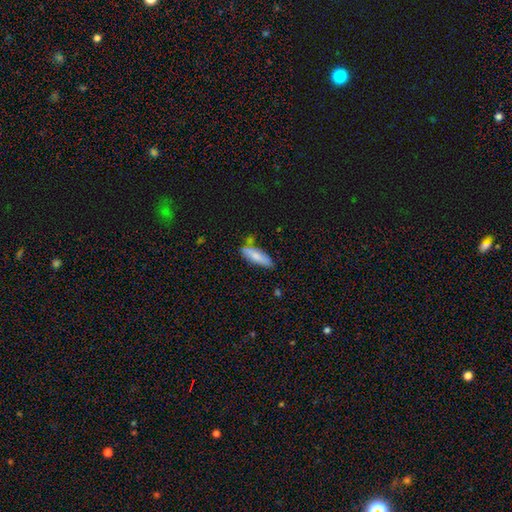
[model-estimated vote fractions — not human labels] Overall: smooth (76%). How rounded: cigar-shaped (49%, tied with in between). Merging: none (72%).